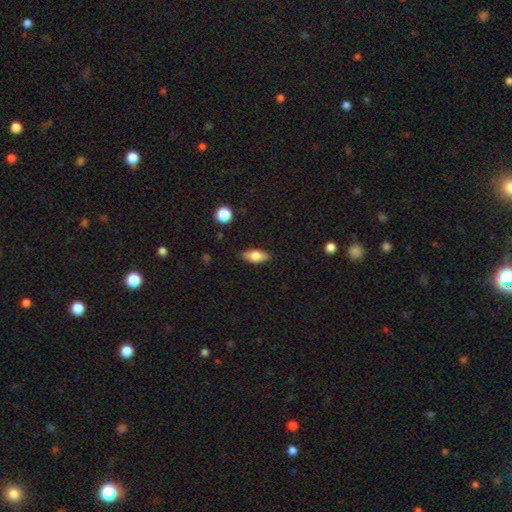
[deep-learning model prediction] smooth-or-featured: smooth: 74% | featured or disk: 19% | star or artifact: 7%
  how-rounded: in between: 83% | cigar-shaped: 13% | round: 4%
  merging: none: 86% | minor disturbance: 11% | major disturbance: 2% | merger: 1%